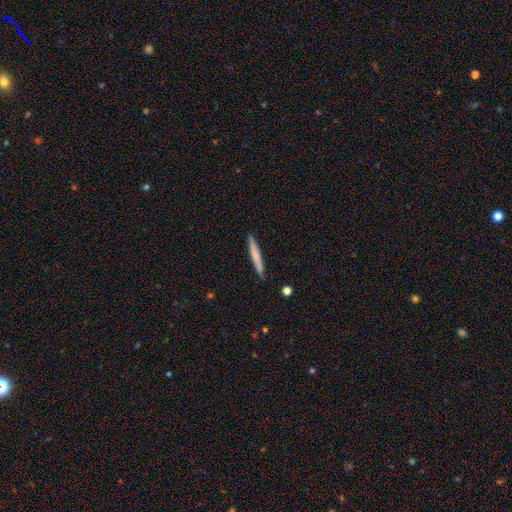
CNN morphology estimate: This appears to be a smooth galaxy with no disk features (66%) that is cigar-shaped (96%). Merging: none (88%).